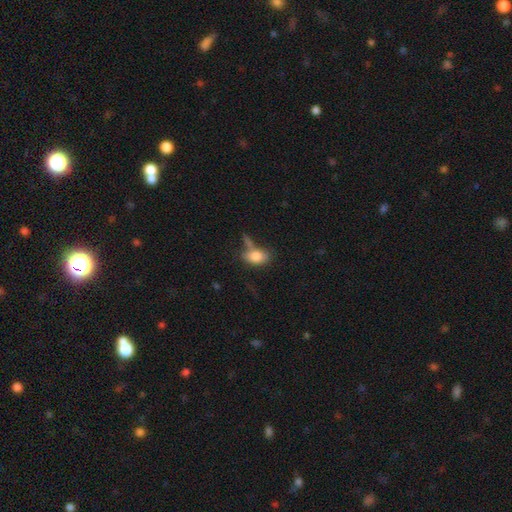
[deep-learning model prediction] This is clearly a smooth galaxy (80%). How rounded: clearly in between (84%). Merging: possibly none (46%).